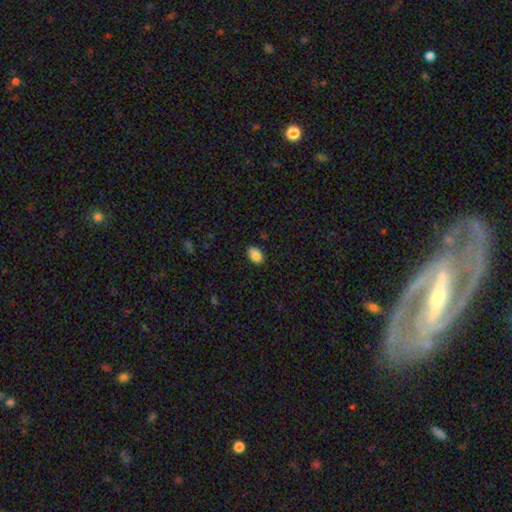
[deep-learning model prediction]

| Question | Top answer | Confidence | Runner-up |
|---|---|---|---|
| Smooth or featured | smooth | 86% | star or artifact (8%) |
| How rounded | in between | 89% | round (10%) |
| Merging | none | 79% | minor disturbance (17%) |